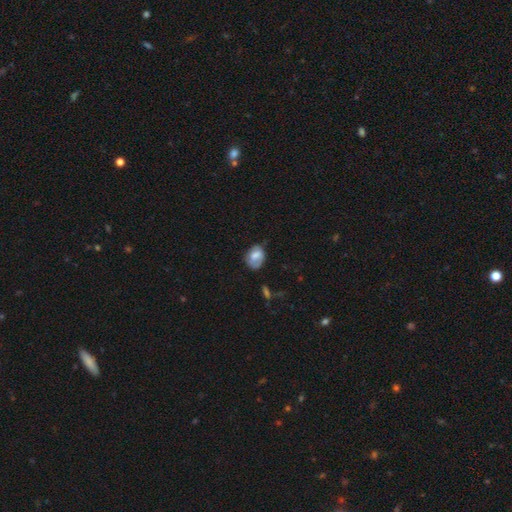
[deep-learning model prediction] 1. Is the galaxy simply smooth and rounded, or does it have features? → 71% smooth, 21% featured or disk, 8% star or artifact.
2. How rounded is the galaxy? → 72% in between, 27% round, 1% cigar-shaped.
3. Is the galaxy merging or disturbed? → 51% none, 34% minor disturbance, 13% major disturbance, 3% merger.